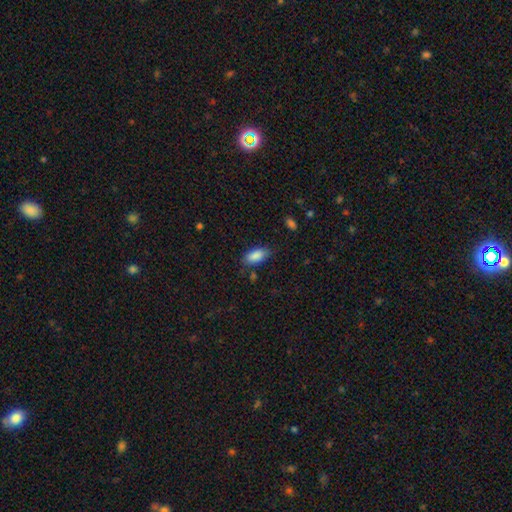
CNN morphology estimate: smooth 88%, star or artifact 7%, featured or disk 5%. Down the decision tree: how rounded — in between (90%); merging — none (77%).